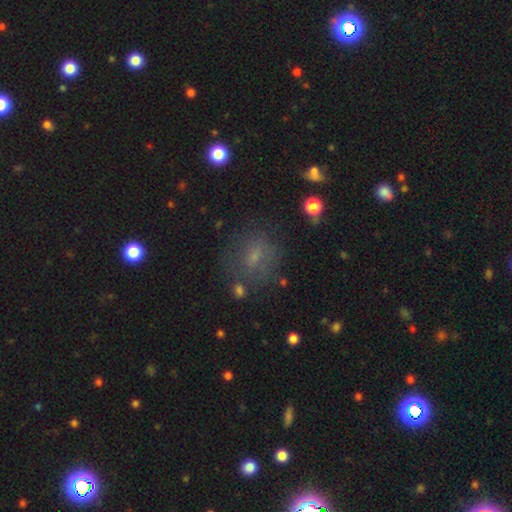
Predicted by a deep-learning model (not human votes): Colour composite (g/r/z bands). It shows a smooth galaxy with no disk features (57%) that is round (56%). Merging: none (67%).